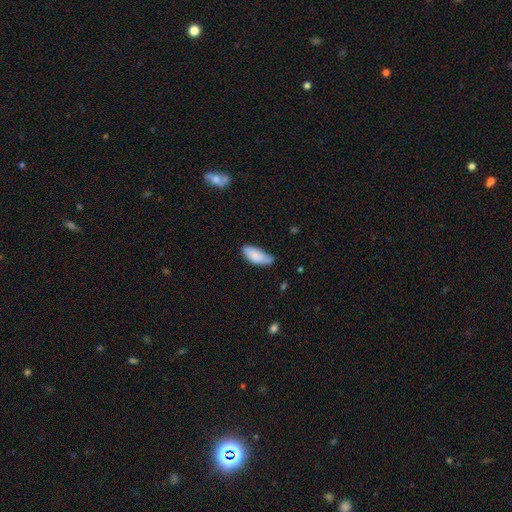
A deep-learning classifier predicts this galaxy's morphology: smooth_or_featured: smooth (p=0.84) [alt: featured or disk p=0.09]
how_rounded: in between (p=0.82) [alt: cigar-shaped p=0.16]
merging: none (p=0.53) [alt: minor disturbance p=0.38]